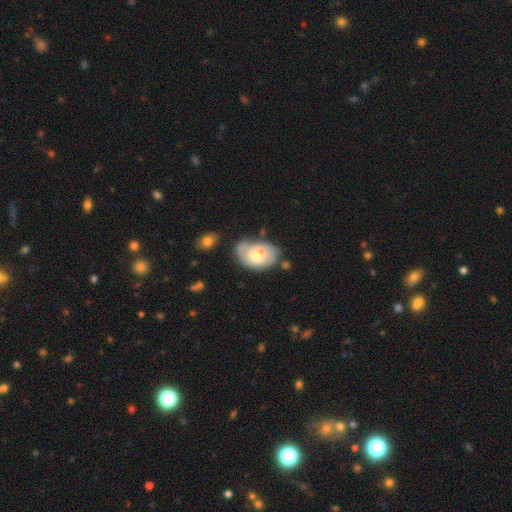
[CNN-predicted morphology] A smooth galaxy with no disk features (50%) that is in between round and cigar-shaped (86%).

Vote fractions:
- Smooth or featured? smooth: 50% / featured or disk: 43% / star or artifact: 7%
- How rounded? in between: 86% / round: 13% / cigar-shaped: 1%
- Merging? none: 43% / minor disturbance: 26% / merger: 21% / major disturbance: 10%